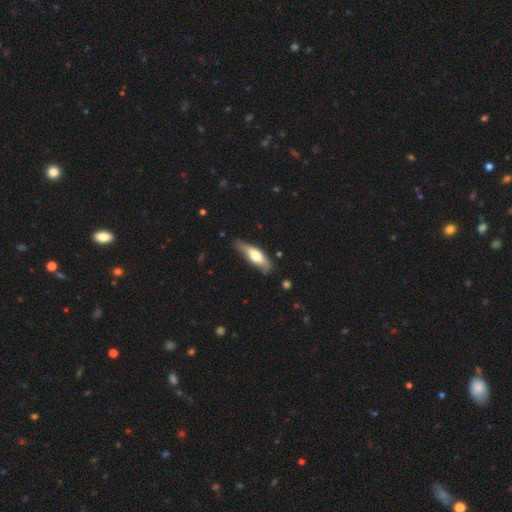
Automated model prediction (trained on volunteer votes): Smooth or featured? smooth (56%)
How rounded? cigar-shaped (55%)
Merging? none (72%)